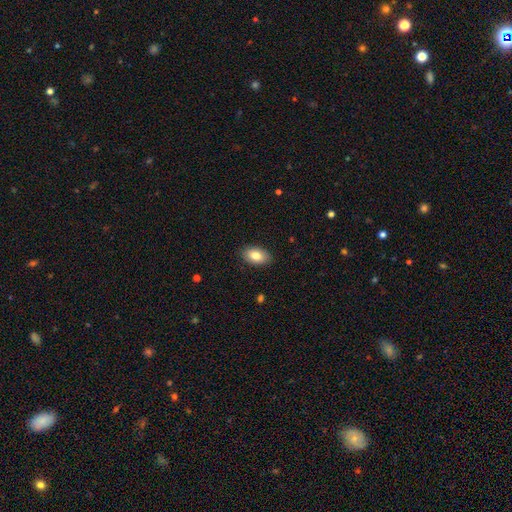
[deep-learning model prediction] Q: Smooth or featured?
A: smooth (83%); runner-up: featured or disk (10%)
Q: How rounded?
A: in between (92%); runner-up: round (6%)
Q: Merging?
A: none (88%); runner-up: minor disturbance (9%)